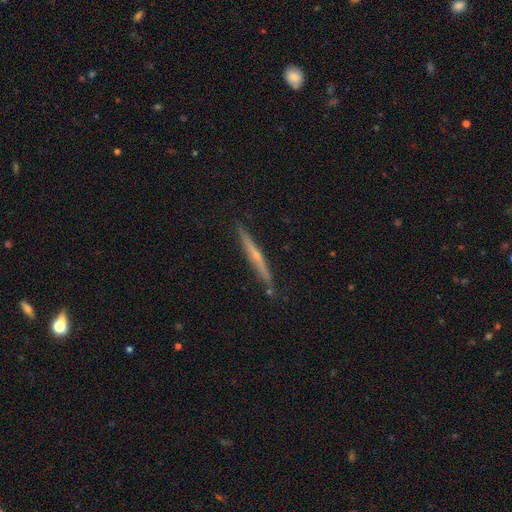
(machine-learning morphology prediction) This appears to be a featured or disk galaxy (68%) viewed edge-on (97%) with a rounded central bulge (62%). Merging: none (87%).